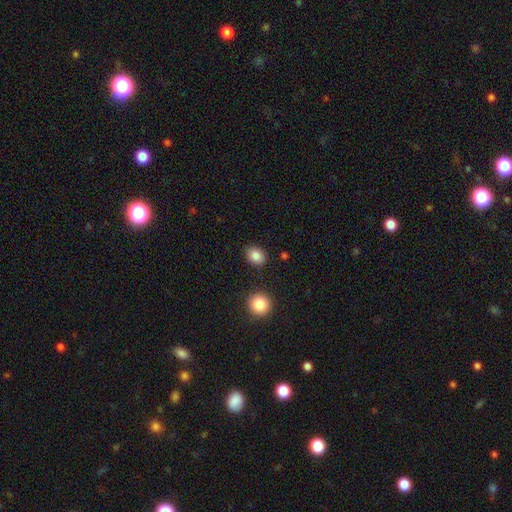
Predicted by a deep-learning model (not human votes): Q: Smooth or featured?
A: smooth (86%); runner-up: star or artifact (9%)
Q: How rounded?
A: in between (57%); runner-up: round (42%)
Q: Merging?
A: none (85%); runner-up: minor disturbance (9%)